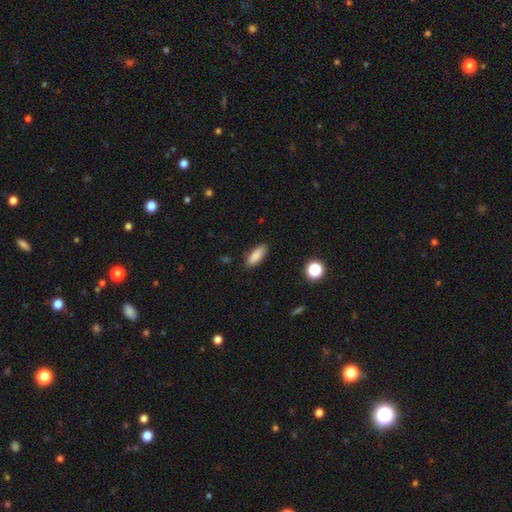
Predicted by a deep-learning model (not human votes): smooth_or_featured: smooth (p=0.87) [alt: star or artifact p=0.08]
how_rounded: in between (p=0.69) [alt: cigar-shaped p=0.29]
merging: none (p=0.87) [alt: minor disturbance p=0.10]